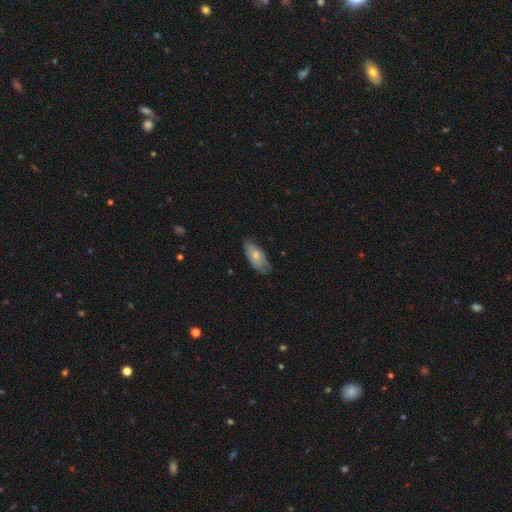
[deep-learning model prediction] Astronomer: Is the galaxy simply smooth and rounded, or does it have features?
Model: smooth — 69%.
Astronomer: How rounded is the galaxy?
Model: in between — 88%.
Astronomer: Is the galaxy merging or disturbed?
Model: none — 72%.